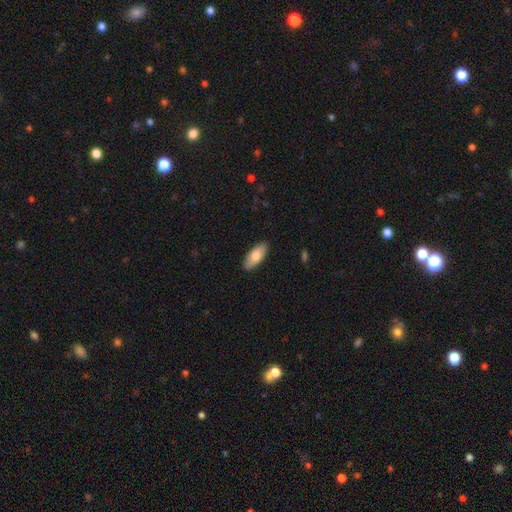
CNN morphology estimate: type=smooth (78%); roundness=in between (84%); merging=none (89%).